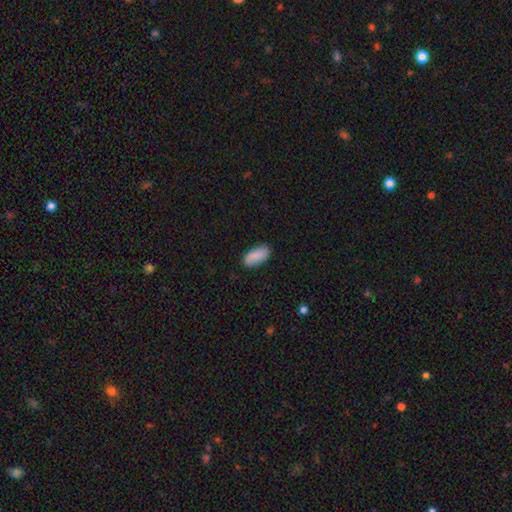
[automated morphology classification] Smooth or featured: smooth — 87% (featured or disk — 7%)
How rounded: in between — 89% (cigar-shaped — 9%)
Merging: none — 84% (minor disturbance — 12%)